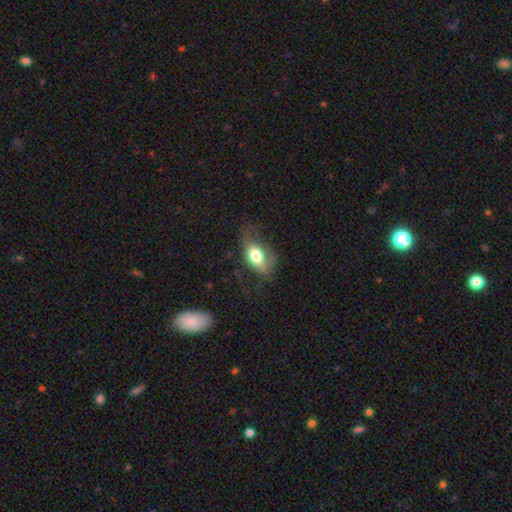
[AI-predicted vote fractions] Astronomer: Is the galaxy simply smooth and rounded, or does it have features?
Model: smooth — 67%.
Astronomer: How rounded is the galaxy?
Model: in between — 87%.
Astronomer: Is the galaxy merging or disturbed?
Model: none — 43% (runner-up: minor disturbance, 28%).